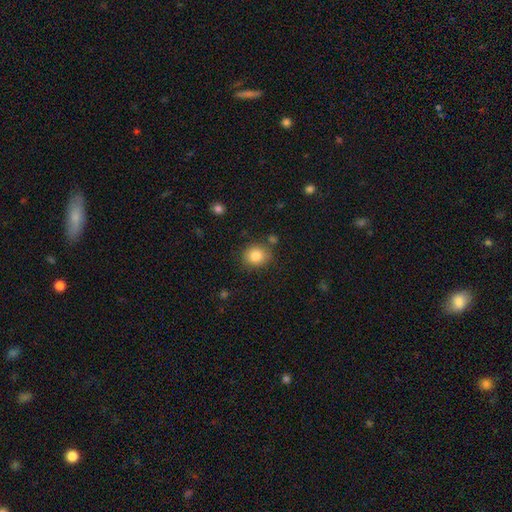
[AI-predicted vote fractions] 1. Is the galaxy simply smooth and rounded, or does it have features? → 83% smooth, 10% star or artifact, 7% featured or disk.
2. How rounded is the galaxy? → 73% round, 26% in between, 1% cigar-shaped.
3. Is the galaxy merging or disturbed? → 80% none, 12% minor disturbance, 5% merger, 3% major disturbance.